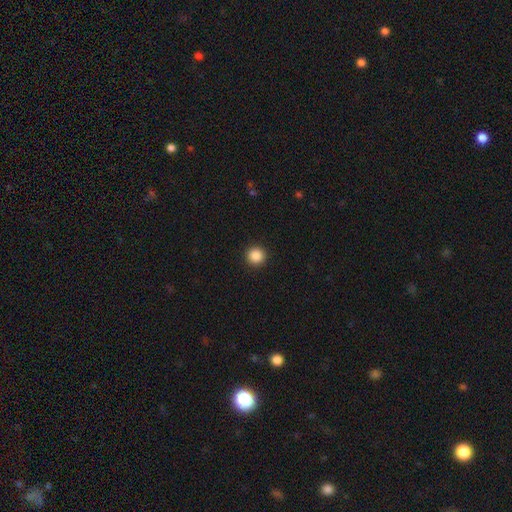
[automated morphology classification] The model was most divided on "smooth or featured": smooth: 87%, star or artifact: 10%, featured or disk: 3%. More confident: how rounded — round (95%); merging — none (93%).